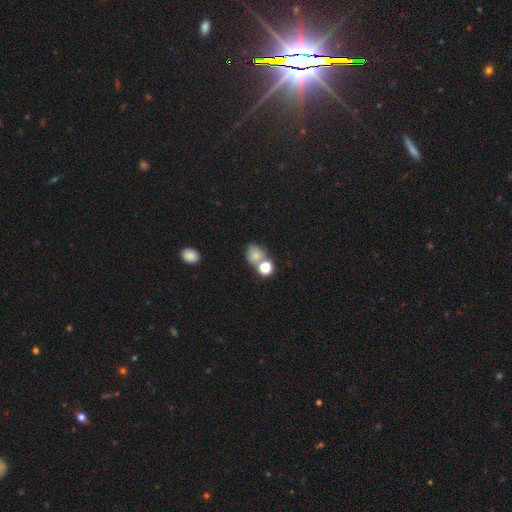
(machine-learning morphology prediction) Overall: smooth (74%). How rounded: round (58%; in between 41%). Merging: none (46%; merger 34%).